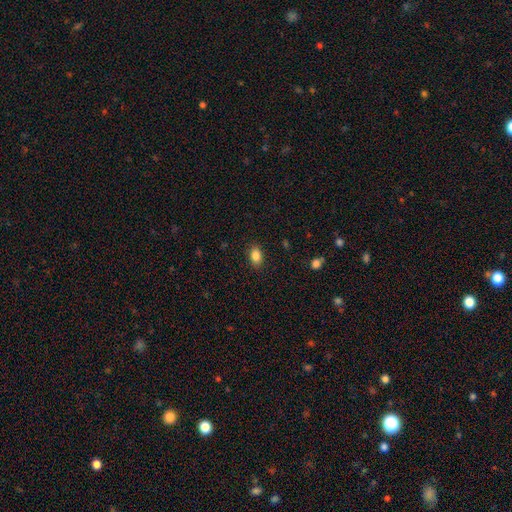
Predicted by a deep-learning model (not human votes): A smooth galaxy with no disk features (86%) that is in between round and cigar-shaped (86%).

Vote fractions:
- Smooth or featured? smooth: 86% / star or artifact: 9% / featured or disk: 5%
- How rounded? in between: 86% / round: 13% / cigar-shaped: 2%
- Merging? none: 88% / minor disturbance: 9% / major disturbance: 2% / merger: 1%